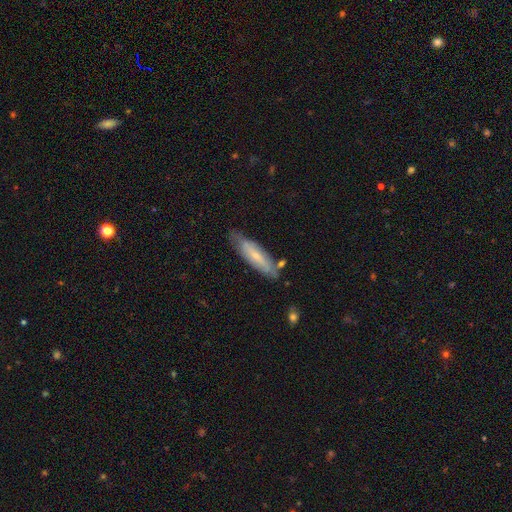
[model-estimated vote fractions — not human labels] This is possibly a smooth galaxy (56%). How rounded: likely cigar-shaped (65%). Merging: likely none (70%).